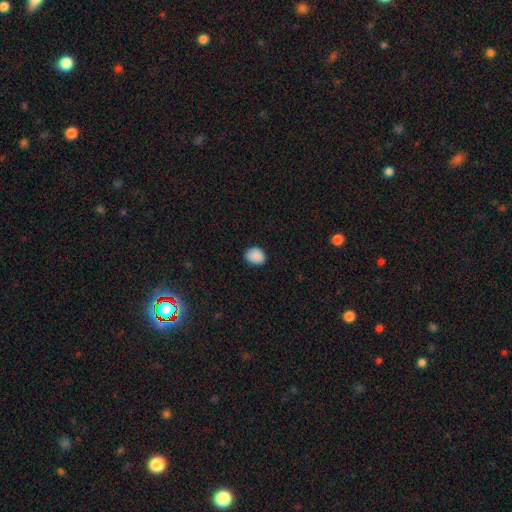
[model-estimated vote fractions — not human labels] Morphology: type=smooth (89%); roundness=round (52%); merging=none (83%).